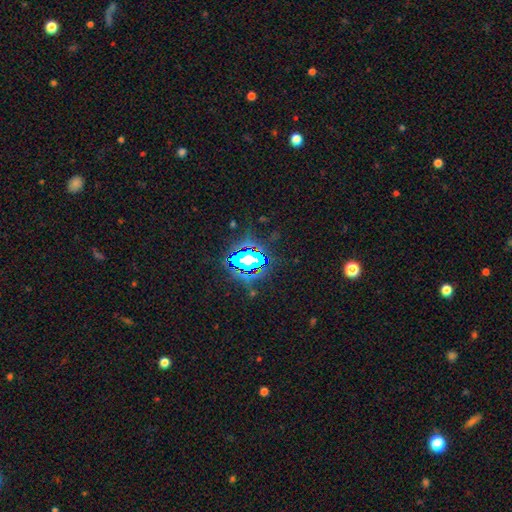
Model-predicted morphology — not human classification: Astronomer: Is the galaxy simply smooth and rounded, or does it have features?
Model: star or artifact — 79%.